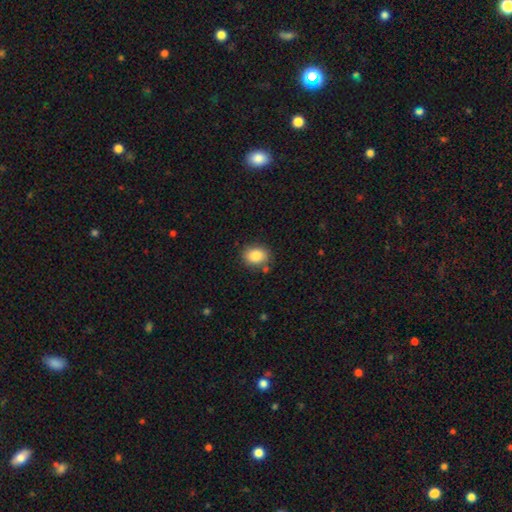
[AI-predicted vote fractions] Smooth or featured? Predicted: smooth (p=0.87). How rounded? Predicted: in between (p=0.58). Merging? Predicted: none (p=0.77).